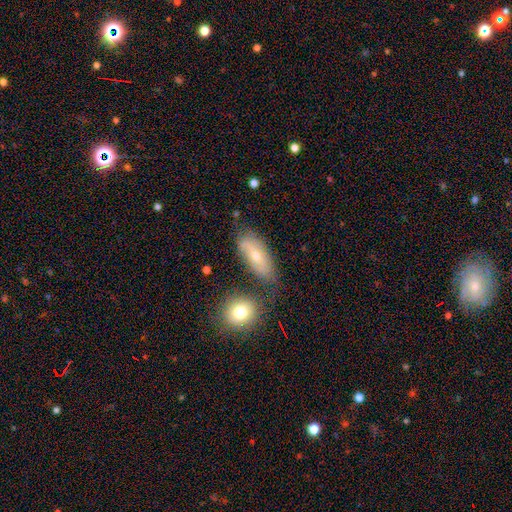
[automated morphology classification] Smooth or featured: smooth — 53% (featured or disk — 38%)
How rounded: in between — 76% (cigar-shaped — 19%)
Merging: none — 61% (minor disturbance — 21%)